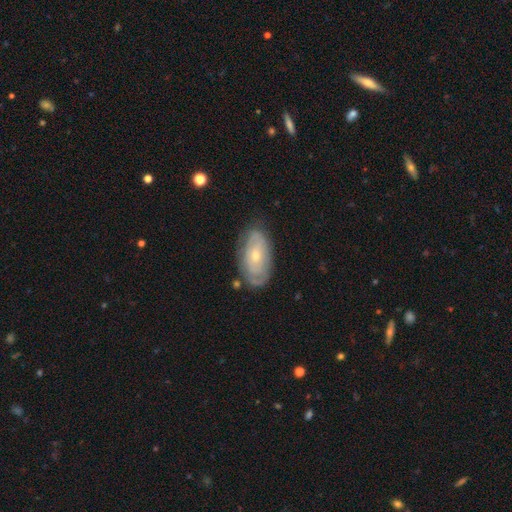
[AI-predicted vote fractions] Overall: featured or disk (61%; smooth 32%). Edge-on disk: no (91%). Bar: no (79%). Spiral arms: yes (64%; no 36%). Bulge size: small (59%; moderate 38%). Merging: none (71%).